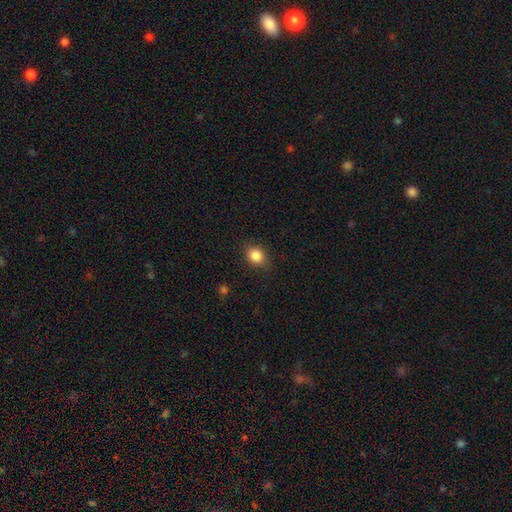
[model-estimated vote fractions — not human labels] Smooth or featured?
  - smooth: 85% *
  - star or artifact: 10%
  - featured or disk: 5%
How rounded?
  - round: 57% *
  - in between: 42%
  - cigar-shaped: 1%
Merging?
  - none: 84% *
  - minor disturbance: 12%
  - major disturbance: 3%
  - merger: 1%